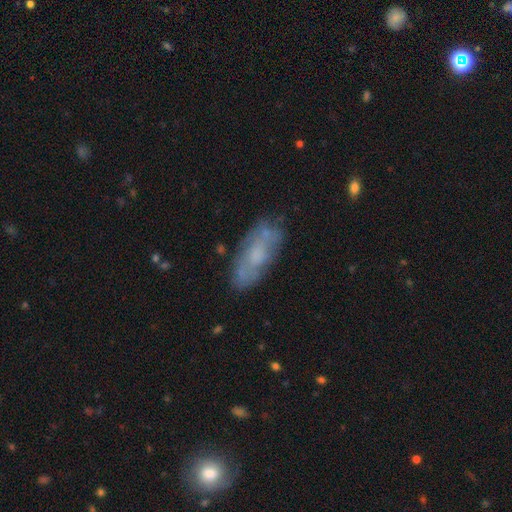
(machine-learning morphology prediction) A featured or disk galaxy (47%).

Vote fractions:
- Smooth or featured? featured or disk: 47% / smooth: 45% / star or artifact: 8%
- Merging? none: 69% / minor disturbance: 20% / major disturbance: 7% / merger: 4%